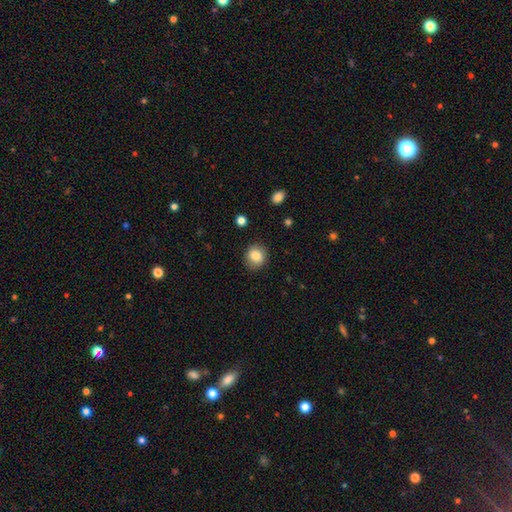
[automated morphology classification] This is clearly a smooth galaxy (82%). How rounded: clearly round (80%). Merging: clearly none (87%).